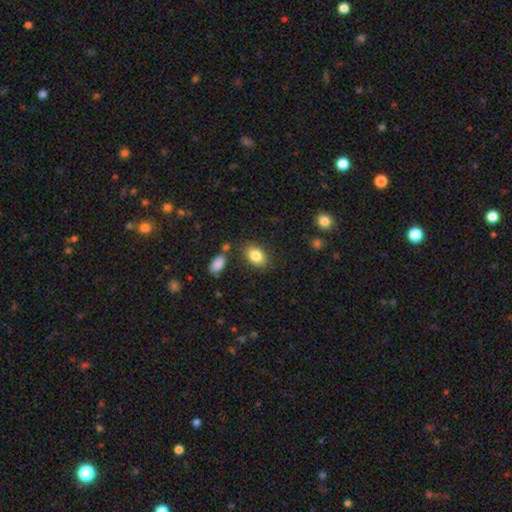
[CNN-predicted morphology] smooth_or_featured: smooth (p=0.84) [alt: star or artifact p=0.08]
how_rounded: in between (p=0.83) [alt: round p=0.15]
merging: none (p=0.81) [alt: minor disturbance p=0.12]